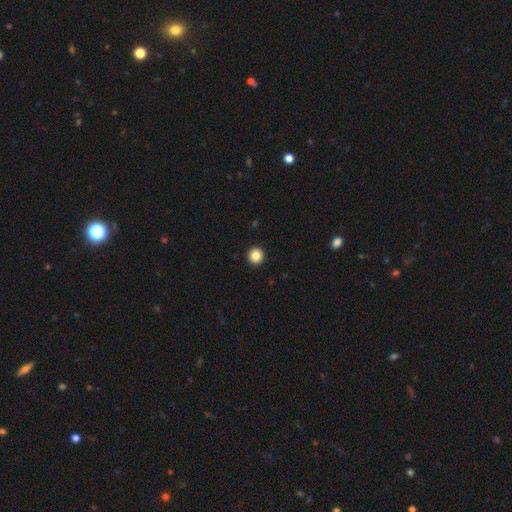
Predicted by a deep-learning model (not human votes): smooth_or_featured: smooth (p=0.86) [alt: star or artifact p=0.10]
how_rounded: round (p=0.96) [alt: in between p=0.03]
merging: none (p=0.94) [alt: minor disturbance p=0.04]